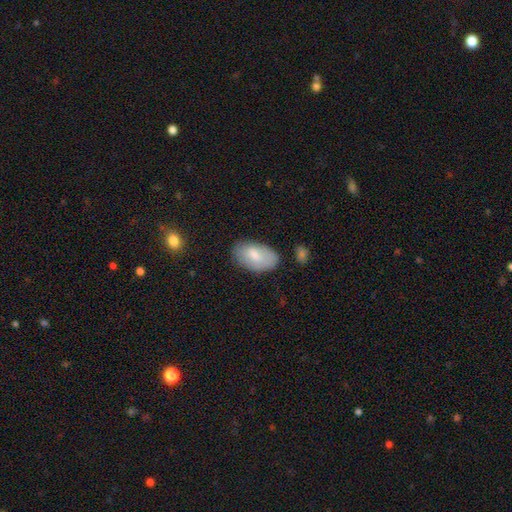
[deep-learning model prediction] Q: Smooth or featured?
A: smooth (76%); runner-up: featured or disk (18%)
Q: How rounded?
A: in between (94%); runner-up: round (4%)
Q: Merging?
A: none (75%); runner-up: minor disturbance (18%)